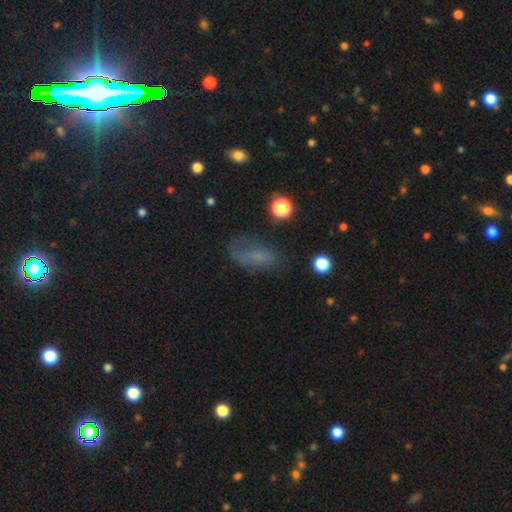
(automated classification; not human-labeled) Overall: smooth (54%; featured or disk 24%). How rounded: in between (81%). Merging: none (50%; minor disturbance 27%).